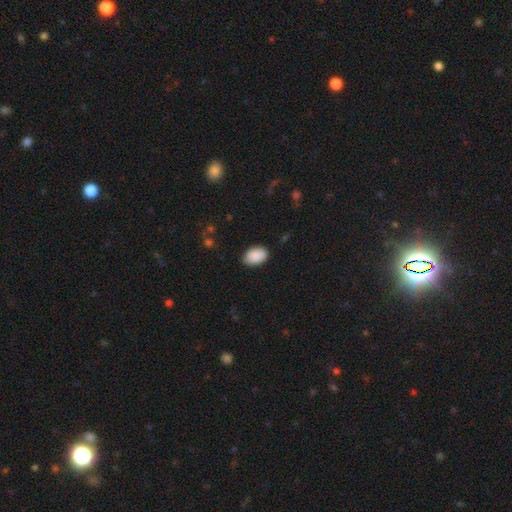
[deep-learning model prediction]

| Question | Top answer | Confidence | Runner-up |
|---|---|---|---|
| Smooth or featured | smooth | 90% | star or artifact (6%) |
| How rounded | in between | 86% | round (13%) |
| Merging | none | 79% | minor disturbance (17%) |